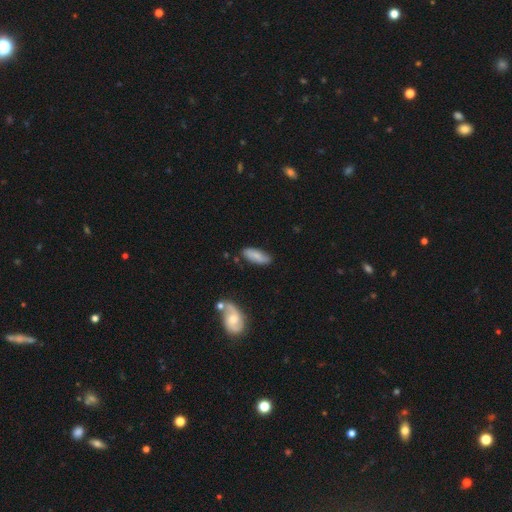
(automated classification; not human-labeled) Smooth or featured? smooth (66%)
How rounded? in between (71%)
Merging? none (77%)